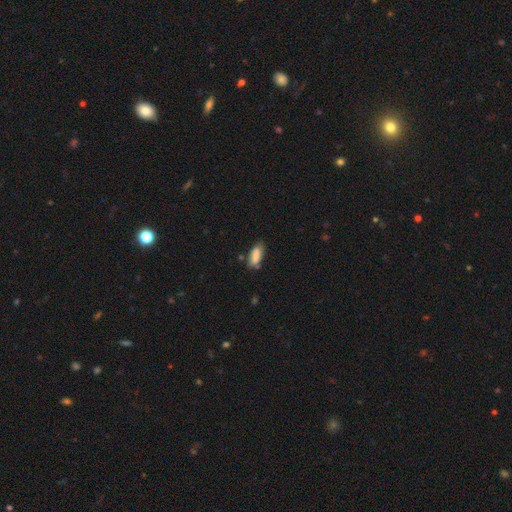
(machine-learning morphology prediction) The model was most divided on "merging": none: 66%, minor disturbance: 24%, merger: 5%, major disturbance: 5%. More confident: smooth or featured — smooth (81%); how rounded — in between (75%).